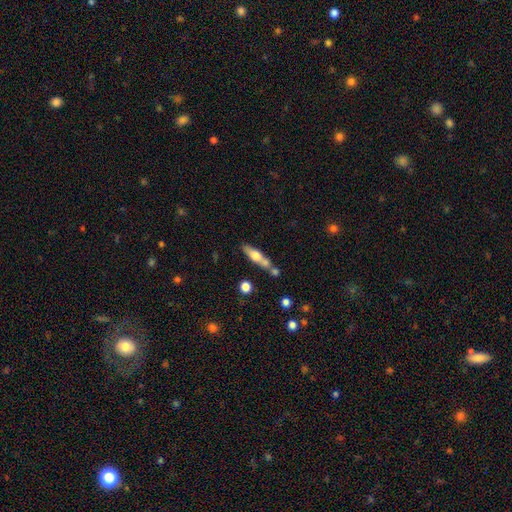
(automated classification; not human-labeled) This is possibly a smooth galaxy (55%). How rounded: likely cigar-shaped (64%). Merging: possibly none (49%).